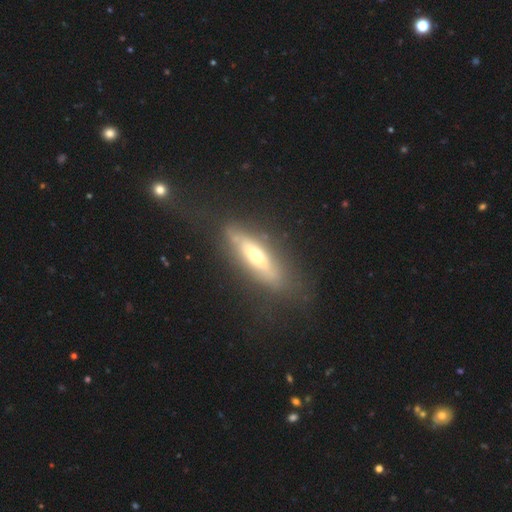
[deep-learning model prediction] Morphology: type=featured or disk (61%); edge-on=yes (55%); merging=none (66%).